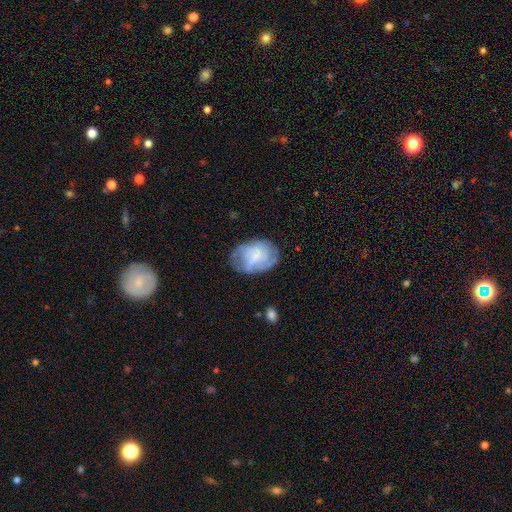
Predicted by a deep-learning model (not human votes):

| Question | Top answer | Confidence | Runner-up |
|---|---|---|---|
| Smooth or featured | featured or disk | 49% | smooth (43%) |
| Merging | none | 60% | minor disturbance (25%) |